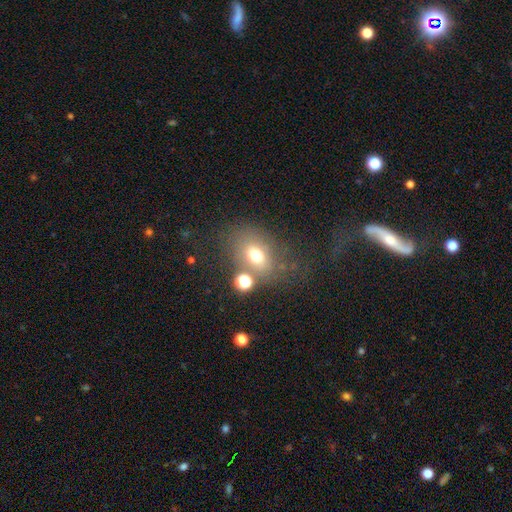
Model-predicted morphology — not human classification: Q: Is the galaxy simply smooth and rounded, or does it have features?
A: smooth — 67%.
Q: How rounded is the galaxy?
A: in between — 59%.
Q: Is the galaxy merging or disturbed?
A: none — 62%.